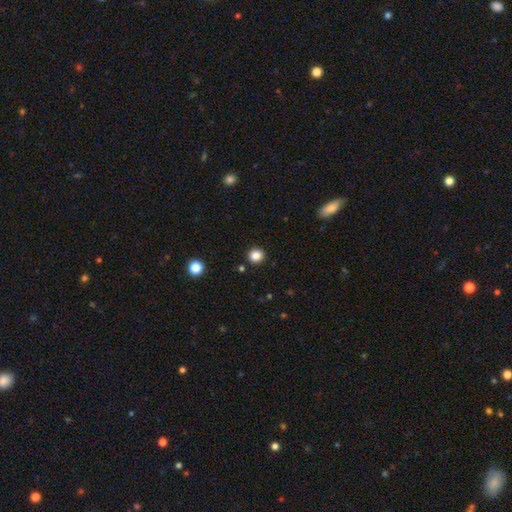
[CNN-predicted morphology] smooth-or-featured: smooth: 85% | star or artifact: 12% | featured or disk: 4%
  how-rounded: round: 91% | in between: 8% | cigar-shaped: 1%
  merging: none: 92% | minor disturbance: 5% | major disturbance: 2% | merger: 1%